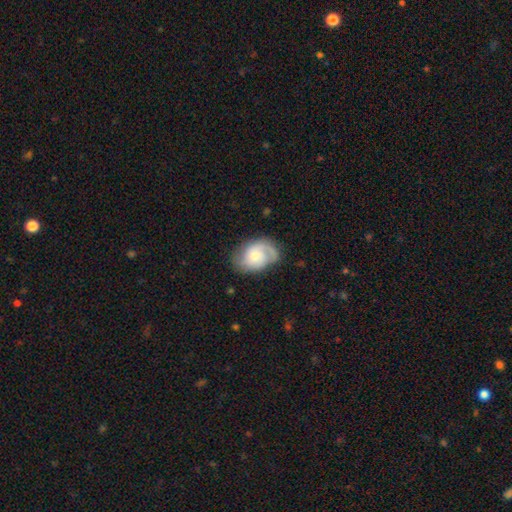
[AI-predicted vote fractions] Smooth or featured?
  - featured or disk: 63% *
  - smooth: 31%
  - star or artifact: 6%
Edge-on disk?
  - no: 96% *
  - yes: 4%
Bar?
  - no: 73% *
  - weak: 24%
  - strong: 3%
Spiral arms?
  - yes: 89% *
  - no: 11%
Spiral winding?
  - medium: 41% *
  - tight: 38%
  - loose: 21%
Spiral arm count?
  - 2: 51% *
  - 1: 27%
  - can't tell: 15%
  - 3: 5%
  - 4: 2%
  - more than 4: 2%
Bulge size?
  - small: 48% *
  - moderate: 44%
  - large: 5%
  - none: 2%
  - dominant: 1%
Merging?
  - none: 68% *
  - minor disturbance: 21%
  - major disturbance: 9%
  - merger: 1%